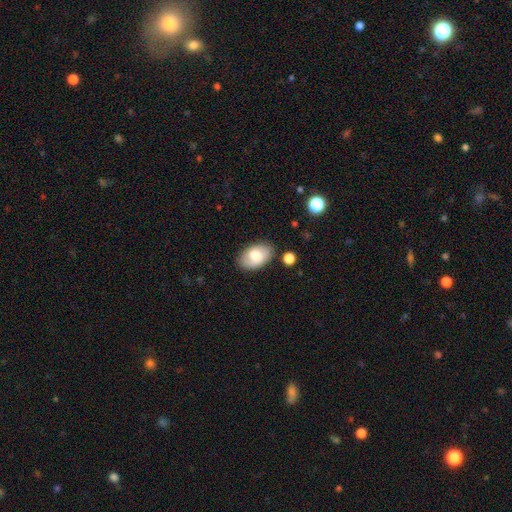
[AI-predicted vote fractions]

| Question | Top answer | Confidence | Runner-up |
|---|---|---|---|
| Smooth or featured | smooth | 70% | featured or disk (23%) |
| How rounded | in between | 91% | round (7%) |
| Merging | none | 78% | minor disturbance (15%) |